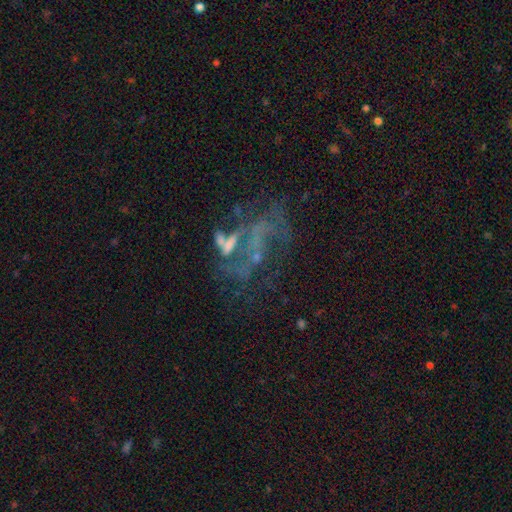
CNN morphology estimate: Smooth or featured? Predicted: featured or disk (p=0.68). Edge-on disk? Predicted: no (p=0.97). Bar? Predicted: no (p=0.53). Spiral arms? Predicted: yes (p=0.57). Bulge size? Predicted: none (p=0.55). Merging? Predicted: none (p=0.35, tied with major disturbance).